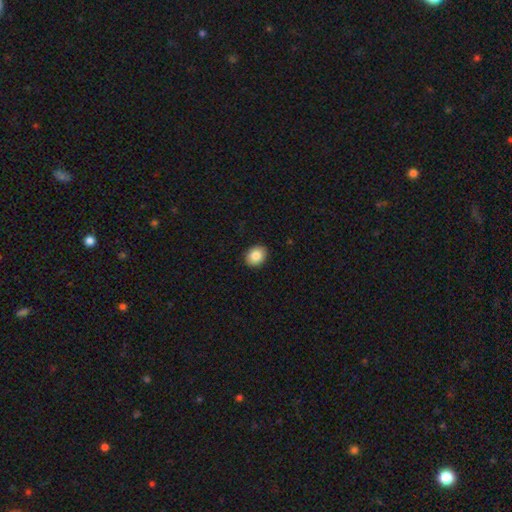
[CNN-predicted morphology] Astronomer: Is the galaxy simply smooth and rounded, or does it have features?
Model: smooth — 87%.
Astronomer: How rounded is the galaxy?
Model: round — 53% (runner-up: in between, 46%).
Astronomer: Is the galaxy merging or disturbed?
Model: none — 91%.